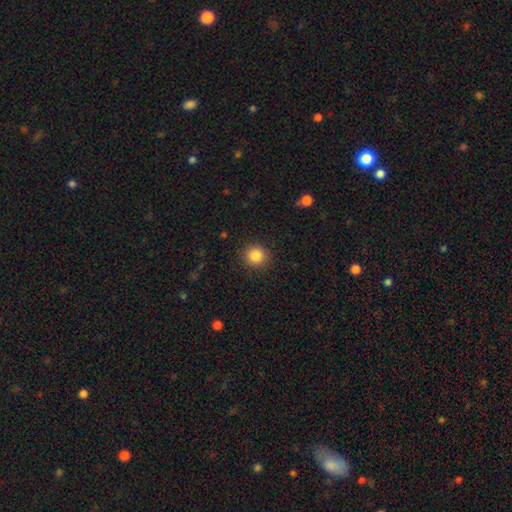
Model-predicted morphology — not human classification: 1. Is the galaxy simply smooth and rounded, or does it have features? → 85% smooth, 10% star or artifact, 4% featured or disk.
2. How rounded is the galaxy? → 91% round, 8% in between, 1% cigar-shaped.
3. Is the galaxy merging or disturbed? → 90% none, 6% minor disturbance, 2% major disturbance, 1% merger.